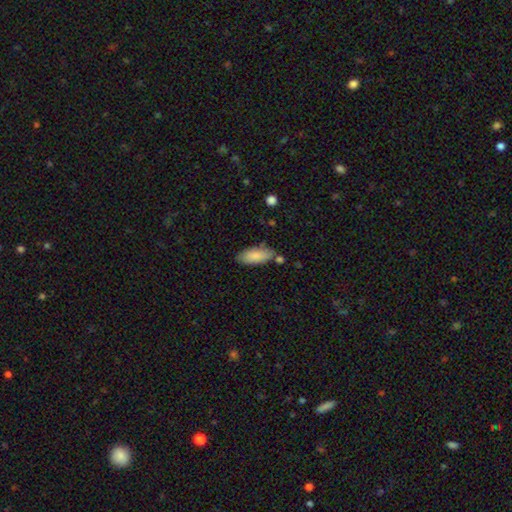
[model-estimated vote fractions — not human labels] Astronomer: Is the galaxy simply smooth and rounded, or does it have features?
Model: smooth — 84%.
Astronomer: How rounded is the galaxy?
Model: in between — 81%.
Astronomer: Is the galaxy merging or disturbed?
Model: none — 73%.